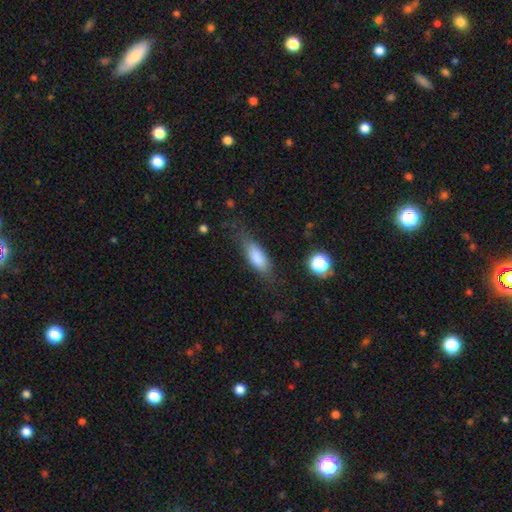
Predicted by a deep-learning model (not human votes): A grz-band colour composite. It shows a smooth galaxy with no disk features (79%) that is in between round and cigar-shaped (66%). Merging: none (69%).